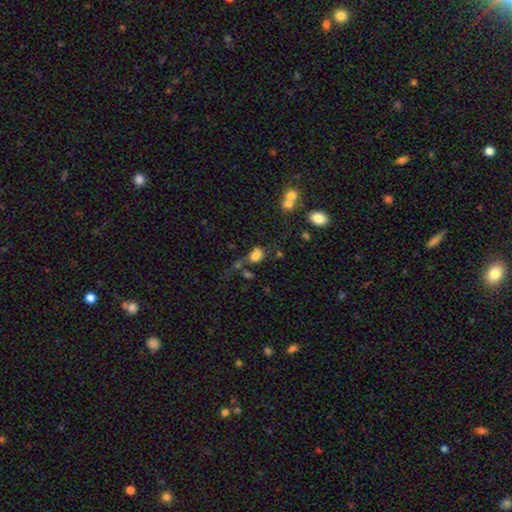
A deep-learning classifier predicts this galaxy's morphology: type=smooth (75%); roundness=in between (75%); merging=none (40%).